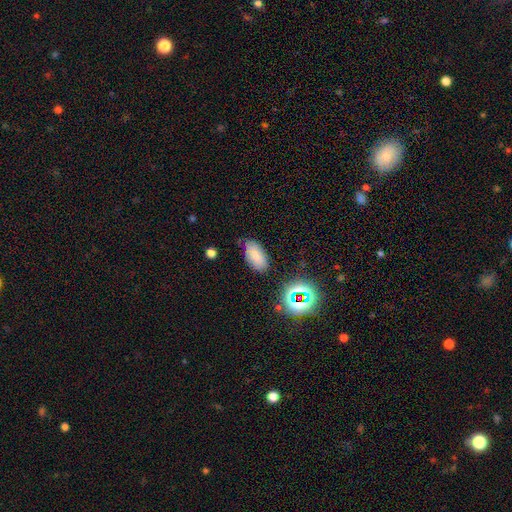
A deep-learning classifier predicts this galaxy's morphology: smooth-or-featured: smooth: 79% | star or artifact: 14% | featured or disk: 8%
  how-rounded: in between: 92% | cigar-shaped: 4% | round: 4%
  merging: none: 75% | minor disturbance: 18% | major disturbance: 4% | merger: 3%